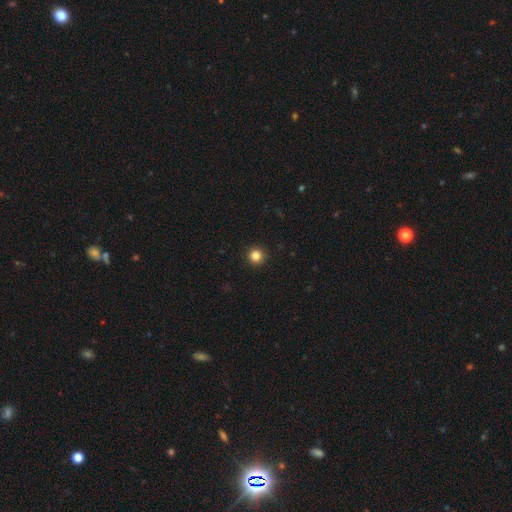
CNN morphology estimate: This appears to be a smooth galaxy with no disk features (84%) that is round (96%). Merging: none (94%).